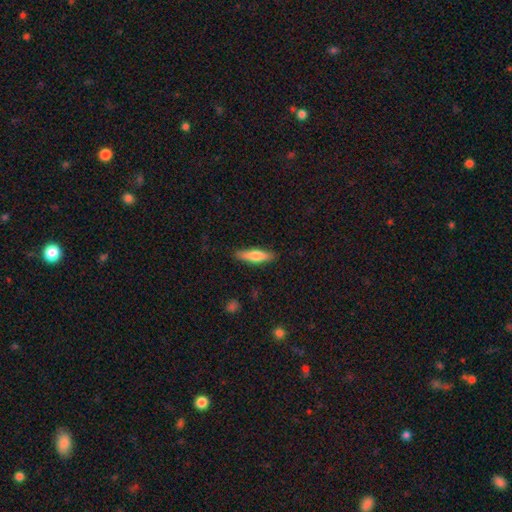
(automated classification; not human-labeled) This is likely a smooth galaxy (68%). How rounded: likely cigar-shaped (67%). Merging: clearly none (87%).